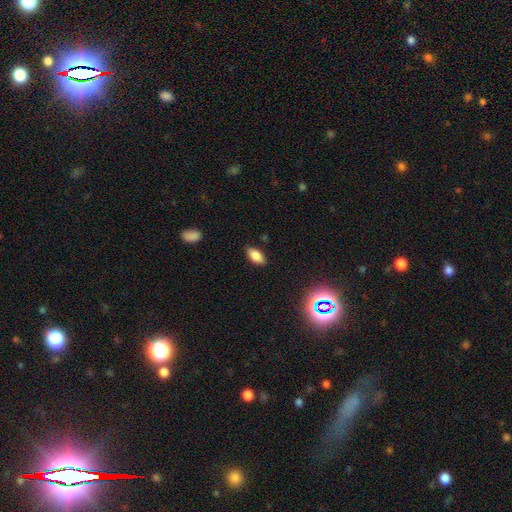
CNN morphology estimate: Smooth or featured: smooth — 82% (star or artifact — 10%)
How rounded: in between — 89% (cigar-shaped — 7%)
Merging: none — 85% (minor disturbance — 11%)